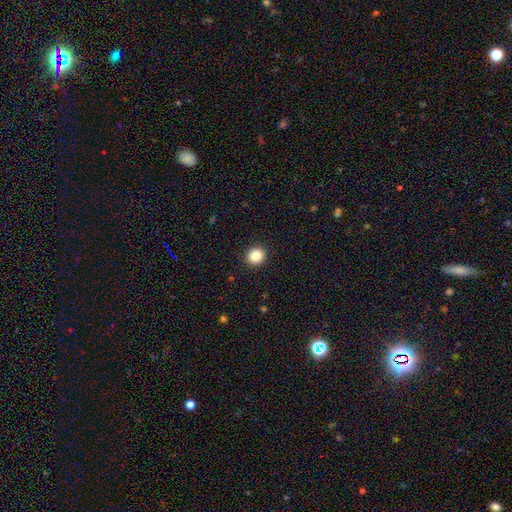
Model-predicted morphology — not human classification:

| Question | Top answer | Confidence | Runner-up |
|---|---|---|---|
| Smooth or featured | smooth | 87% | star or artifact (10%) |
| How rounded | round | 81% | in between (18%) |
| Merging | none | 91% | minor disturbance (6%) |